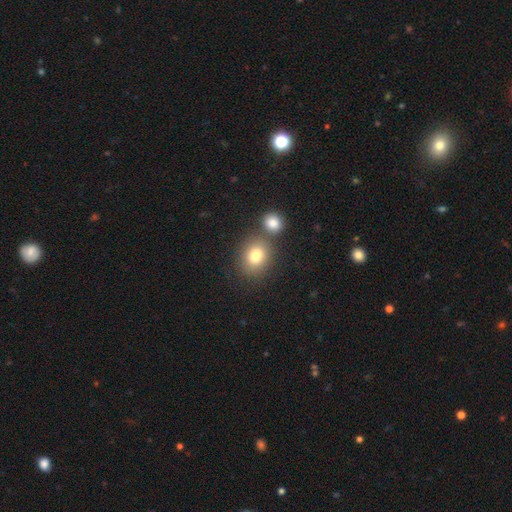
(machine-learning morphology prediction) type=smooth (80%); roundness=round (64%); merging=none (61%).